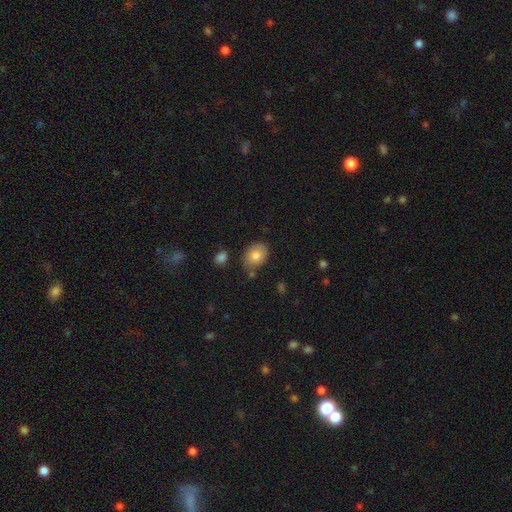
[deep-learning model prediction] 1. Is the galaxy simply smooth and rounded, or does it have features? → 80% smooth, 12% featured or disk, 8% star or artifact.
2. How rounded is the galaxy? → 64% in between, 35% round, 1% cigar-shaped.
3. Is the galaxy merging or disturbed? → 67% none, 22% minor disturbance, 7% merger, 5% major disturbance.